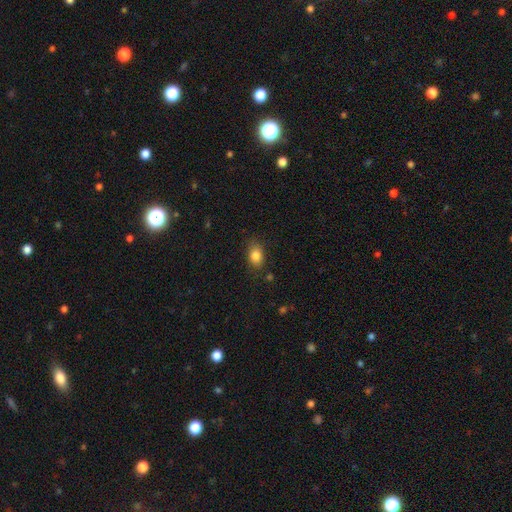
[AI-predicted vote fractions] This is clearly a smooth galaxy (84%). How rounded: likely in between (77%). Merging: likely none (79%).